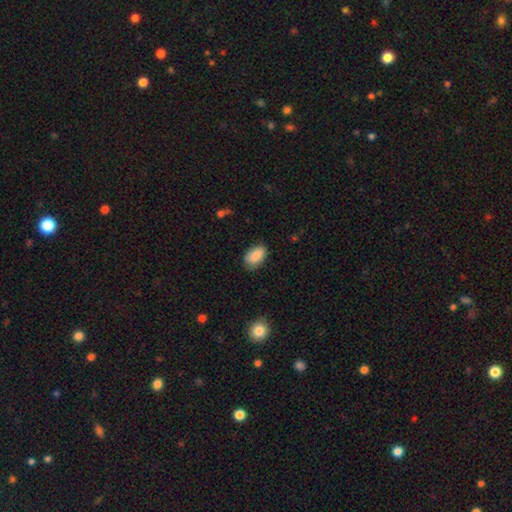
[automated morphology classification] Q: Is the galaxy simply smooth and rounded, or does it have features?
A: smooth — 86%.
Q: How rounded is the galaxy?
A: in between — 92%.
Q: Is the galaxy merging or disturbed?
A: none — 81%.